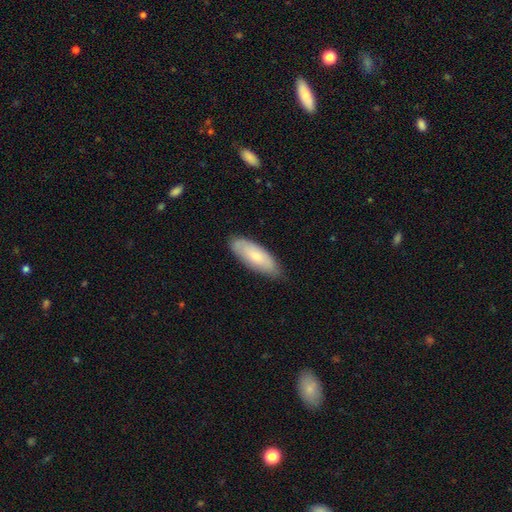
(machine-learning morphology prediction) Q: Smooth or featured?
A: smooth (70%); runner-up: featured or disk (24%)
Q: How rounded?
A: in between (71%); runner-up: cigar-shaped (27%)
Q: Merging?
A: none (77%); runner-up: minor disturbance (19%)